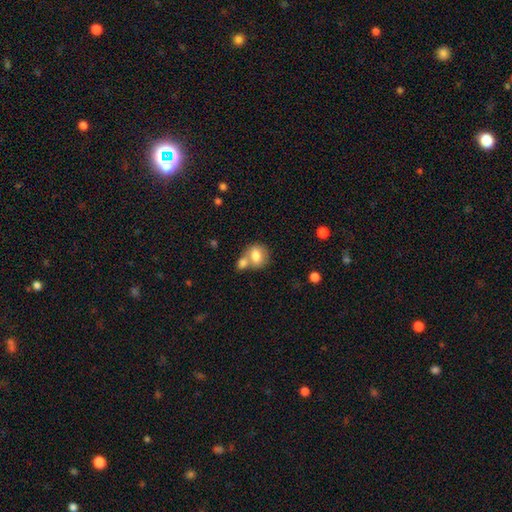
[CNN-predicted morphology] Smooth or featured: smooth — 78% (featured or disk — 14%)
How rounded: round — 50% (in between — 49%)
Merging: merger — 49% (none — 36%)